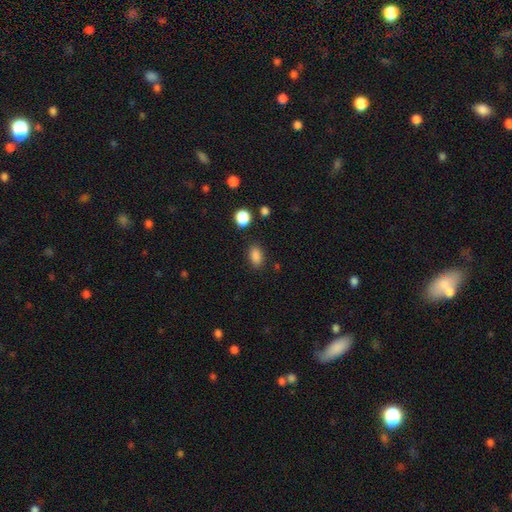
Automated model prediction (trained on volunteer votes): A smooth galaxy with no disk features (86%) that is in between round and cigar-shaped (84%). Merging: none (85%).